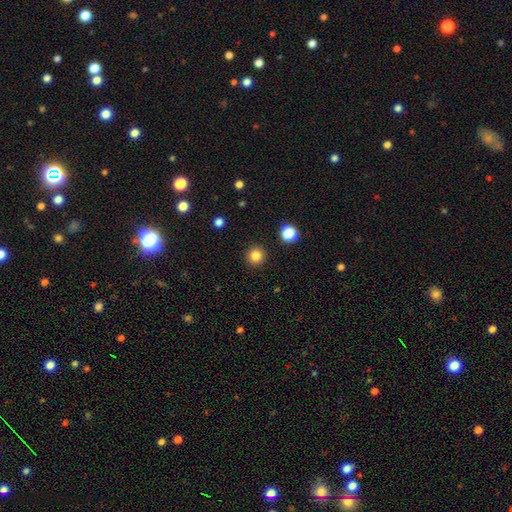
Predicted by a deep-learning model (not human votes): smooth 84%, star or artifact 12%, featured or disk 4%. Down the decision tree: how rounded — round (96%); merging — none (93%).